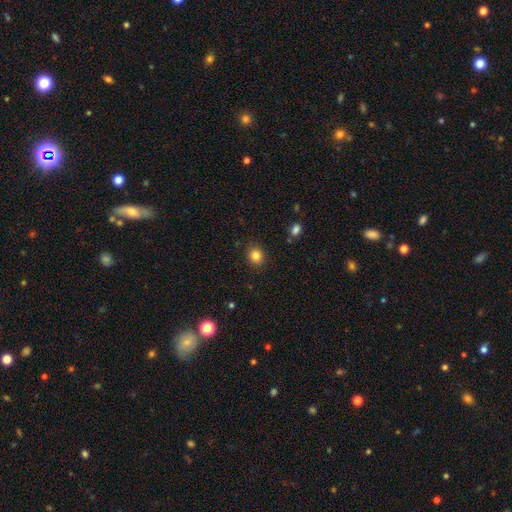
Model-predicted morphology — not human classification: This appears to be a smooth galaxy with no disk features (83%) that is round (84%). Merging: none (89%).